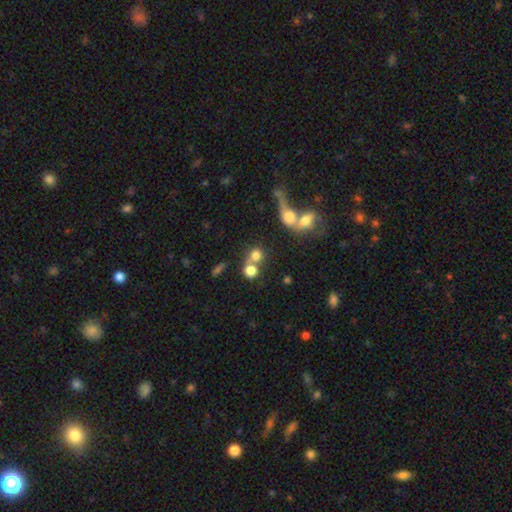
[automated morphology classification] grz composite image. It shows a smooth galaxy with no disk features (74%) that is round (82%). Merging: merger (52%).